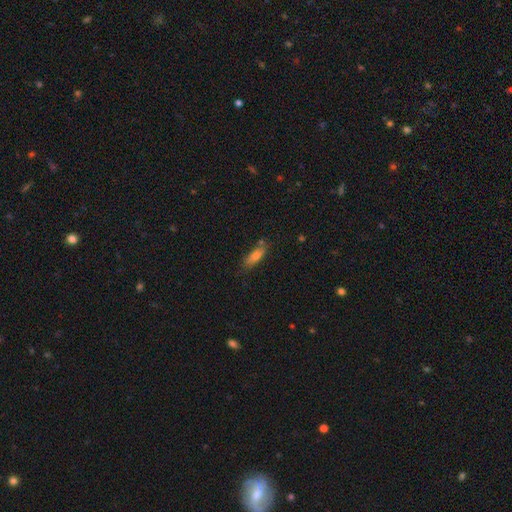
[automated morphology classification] Smooth or featured?
  - smooth: 72% *
  - featured or disk: 17%
  - star or artifact: 11%
How rounded?
  - in between: 53% *
  - cigar-shaped: 44%
  - round: 3%
Merging?
  - none: 71% *
  - minor disturbance: 17%
  - merger: 7%
  - major disturbance: 4%